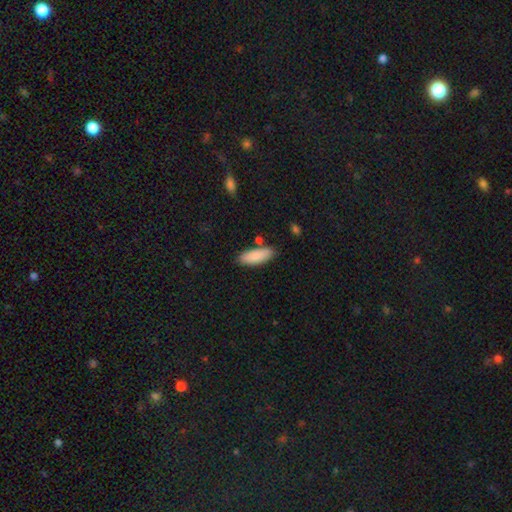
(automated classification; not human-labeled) A smooth galaxy with no disk features (87%) that is in between round and cigar-shaped (65%). Merging: none (79%).